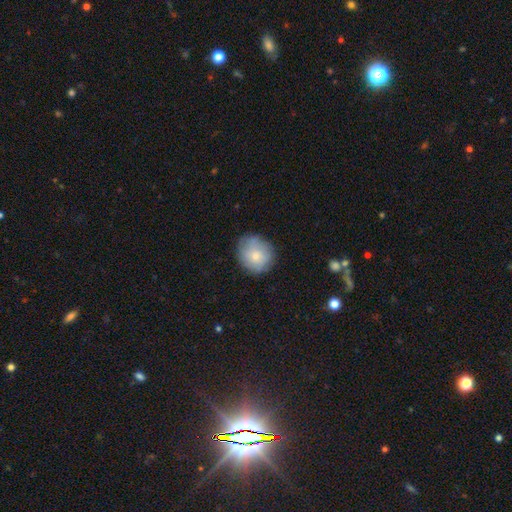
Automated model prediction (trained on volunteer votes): Overall: smooth (73%). How rounded: round (79%). Merging: none (75%).